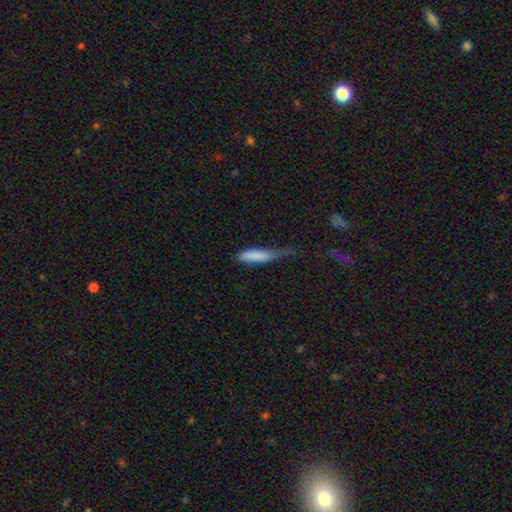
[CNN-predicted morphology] type=smooth (81%); roundness=cigar-shaped (72%); merging=minor disturbance (43%).